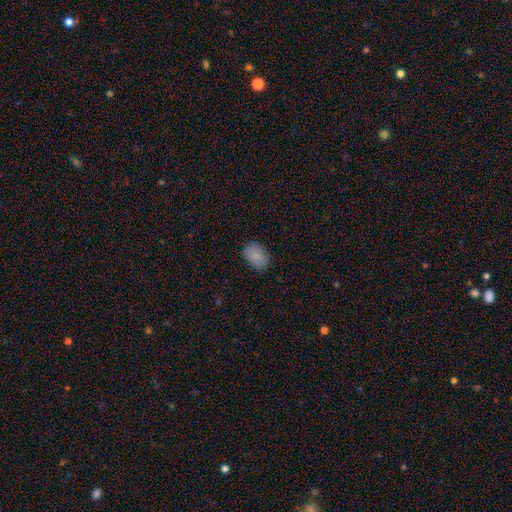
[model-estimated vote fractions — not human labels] Overall: smooth (87%). How rounded: in between (82%). Merging: none (83%).